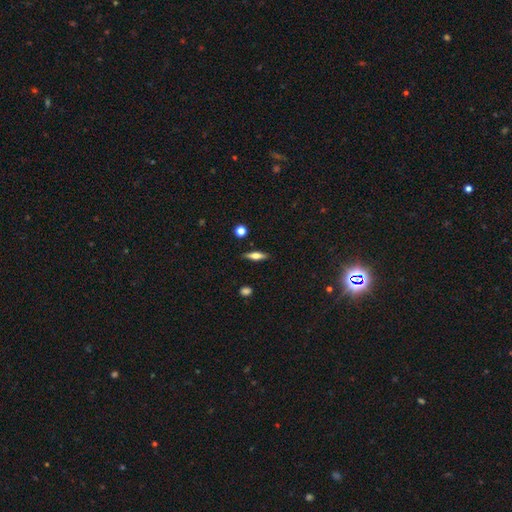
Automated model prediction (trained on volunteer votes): This appears to be a smooth galaxy with no disk features (53%) that is cigar-shaped (59%). Merging: none (86%).